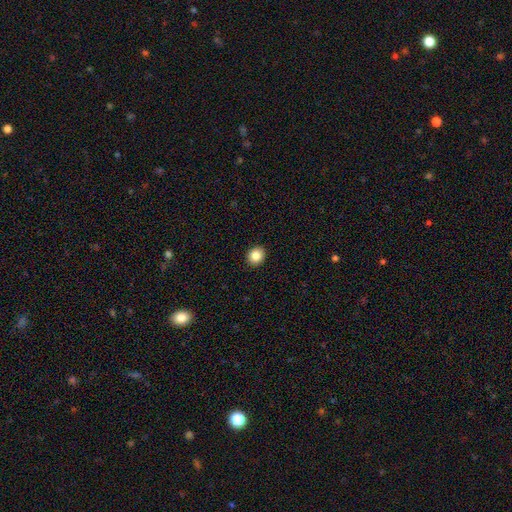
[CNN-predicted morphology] Overall: smooth (84%). How rounded: round (74%). Merging: none (92%).